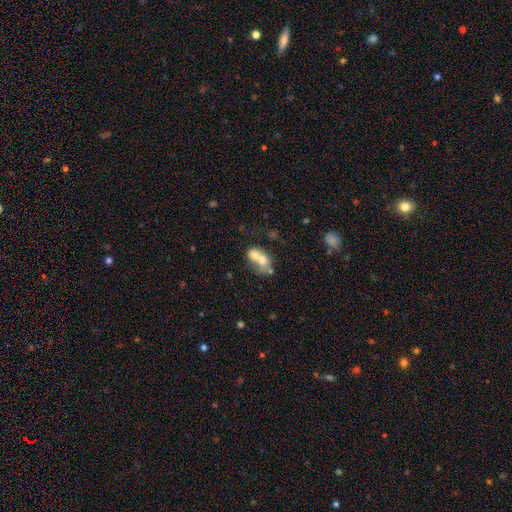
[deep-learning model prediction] This appears to be a smooth galaxy with no disk features (61%) that is in between round and cigar-shaped (64%). Merging: merger (70%).